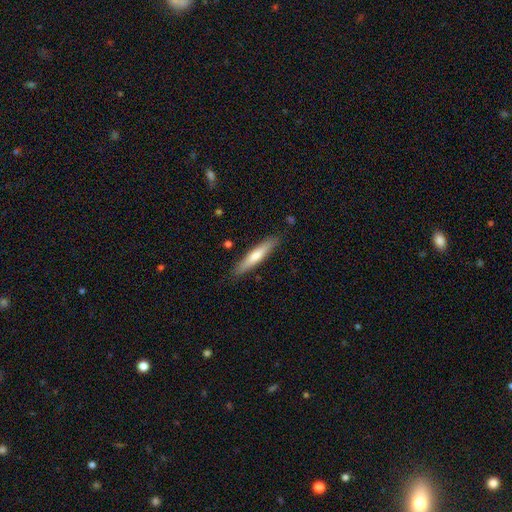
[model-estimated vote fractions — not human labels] Smooth or featured? smooth (63%)
How rounded? cigar-shaped (90%)
Merging? none (87%)